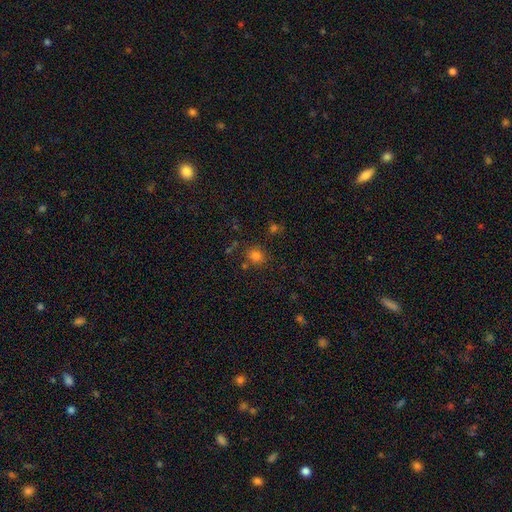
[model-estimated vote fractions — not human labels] smooth_or_featured: smooth (p=0.77) [alt: star or artifact p=0.17]
how_rounded: round (p=0.80) [alt: in between p=0.19]
merging: none (p=0.78) [alt: minor disturbance p=0.11]